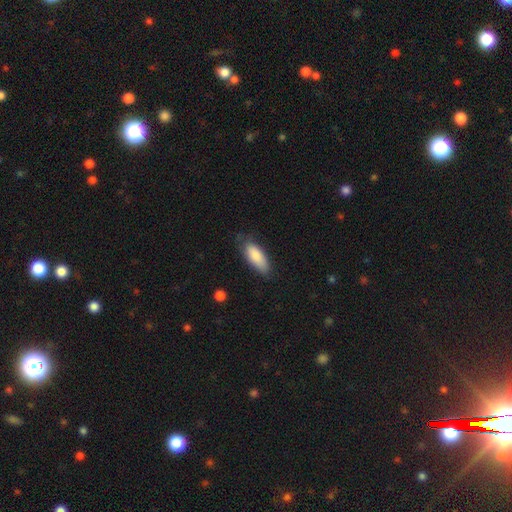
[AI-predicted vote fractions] A smooth galaxy with no disk features (85%) that is in between round and cigar-shaped (78%). Merging: none (70%).